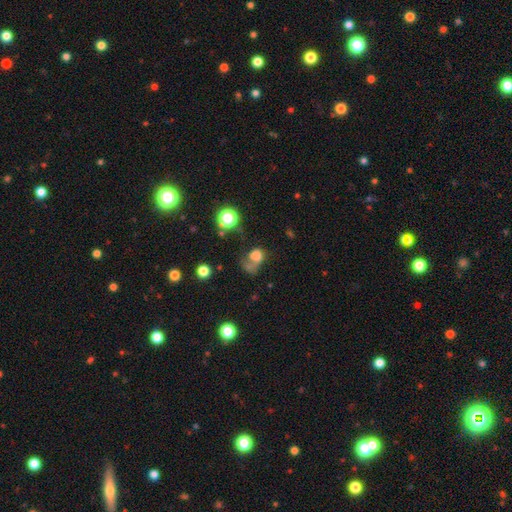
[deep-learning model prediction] Smooth or featured?
  - smooth: 60% *
  - featured or disk: 24%
  - star or artifact: 16%
How rounded?
  - round: 51% *
  - in between: 47%
  - cigar-shaped: 1%
Merging?
  - major disturbance: 40% *
  - merger: 23%
  - none: 23%
  - minor disturbance: 15%